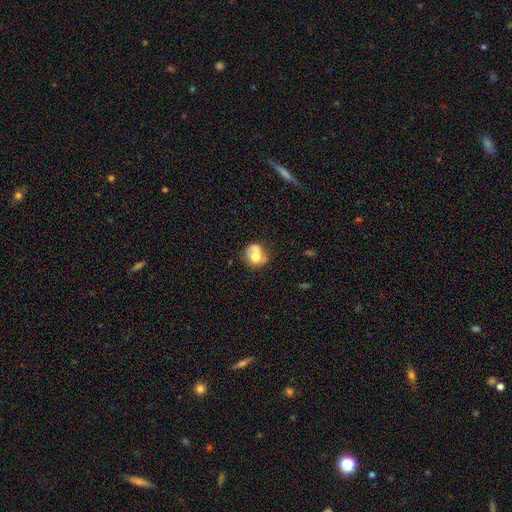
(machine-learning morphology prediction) Smooth or featured: smooth — 55% (featured or disk — 37%)
How rounded: round — 71% (in between — 28%)
Merging: none — 41% (minor disturbance — 23%)